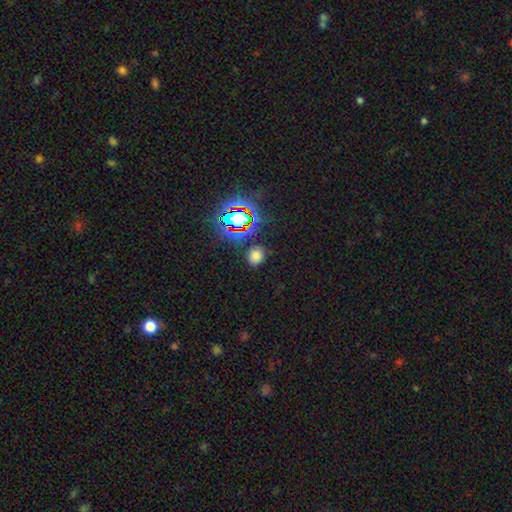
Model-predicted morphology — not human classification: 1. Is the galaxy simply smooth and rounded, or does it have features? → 68% smooth, 26% star or artifact, 6% featured or disk.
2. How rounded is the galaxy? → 79% round, 20% in between, 1% cigar-shaped.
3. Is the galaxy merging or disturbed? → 84% none, 10% minor disturbance, 3% major disturbance, 3% merger.